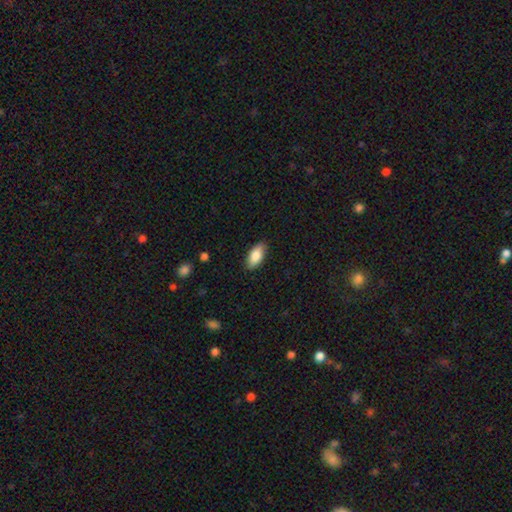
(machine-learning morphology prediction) This appears to be a smooth galaxy with no disk features (84%) that is in between round and cigar-shaped (90%). Merging: none (87%).